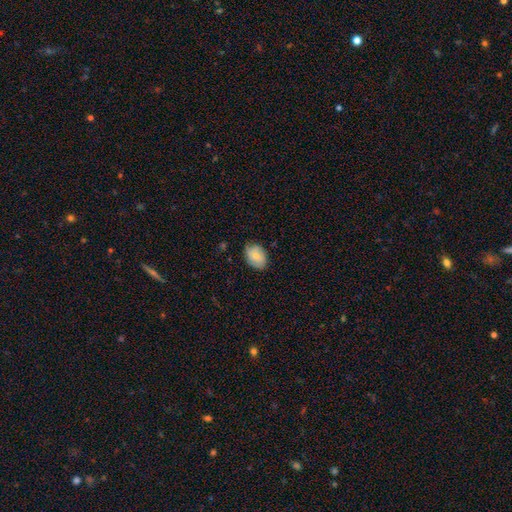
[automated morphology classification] smooth_or_featured: smooth (p=0.73) [alt: featured or disk p=0.20]
how_rounded: in between (p=0.77) [alt: round p=0.22]
merging: none (p=0.74) [alt: minor disturbance p=0.22]